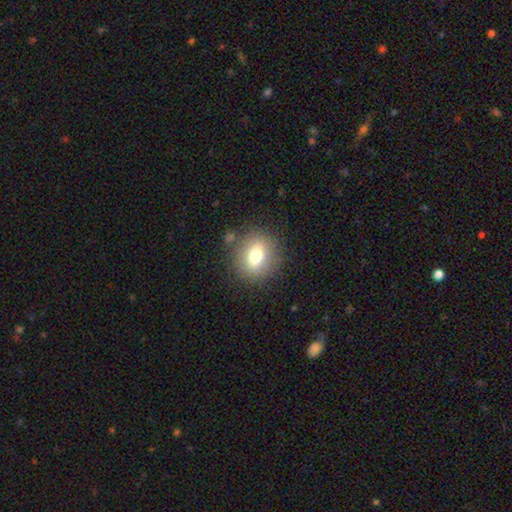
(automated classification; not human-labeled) The model was most divided on "how rounded": round: 72%, in between: 27%, cigar-shaped: 1%. More confident: merging — none (83%); smooth or featured — smooth (70%).